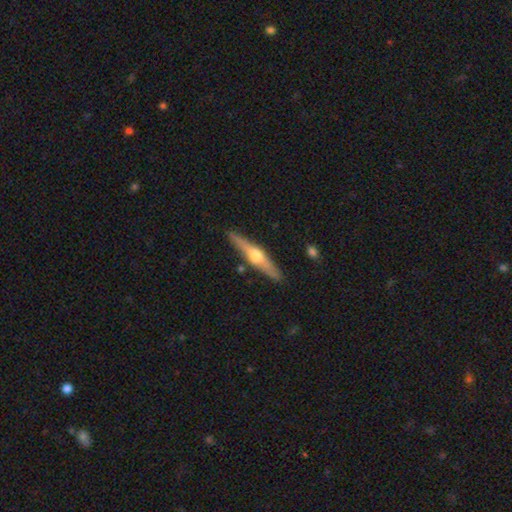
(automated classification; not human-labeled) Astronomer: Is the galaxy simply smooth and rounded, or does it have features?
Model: featured or disk — 70%.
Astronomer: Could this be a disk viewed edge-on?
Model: yes — 96%.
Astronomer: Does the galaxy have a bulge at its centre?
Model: rounded — 94%.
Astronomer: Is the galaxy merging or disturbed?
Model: none — 88%.